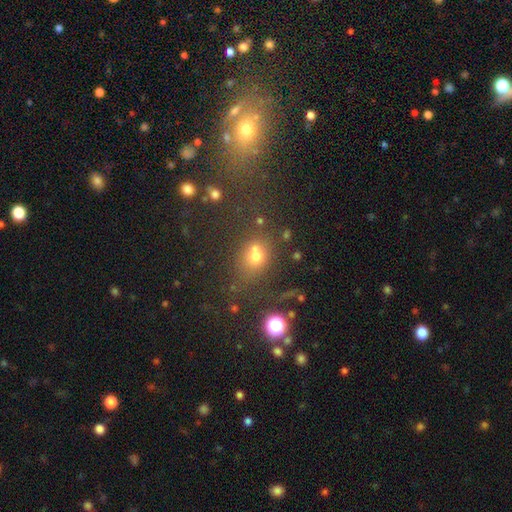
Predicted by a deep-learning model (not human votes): smooth 62%, star or artifact 25%, featured or disk 13%. Down the decision tree: how rounded — round (49%, tied with in between); merging — none (50%).